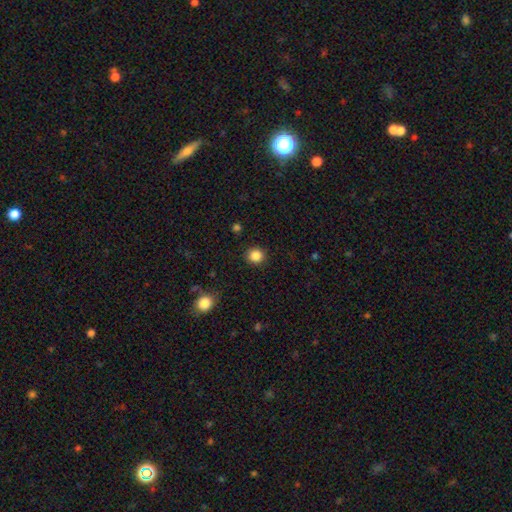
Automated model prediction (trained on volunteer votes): Smooth or featured? Predicted: smooth (p=0.86). How rounded? Predicted: round (p=0.87). Merging? Predicted: none (p=0.90).